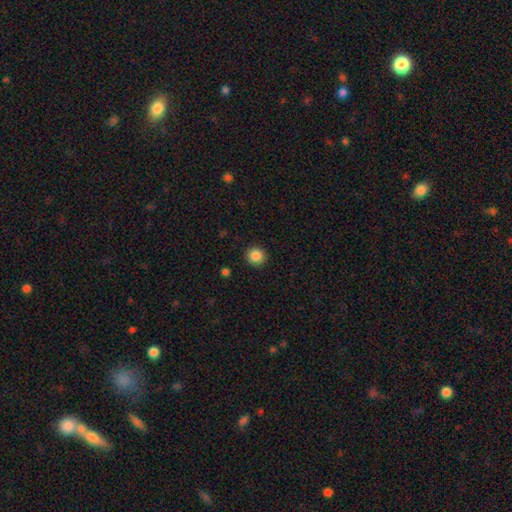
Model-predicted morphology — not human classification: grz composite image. It shows a smooth galaxy with no disk features (87%) that is round (92%). Merging: none (91%).